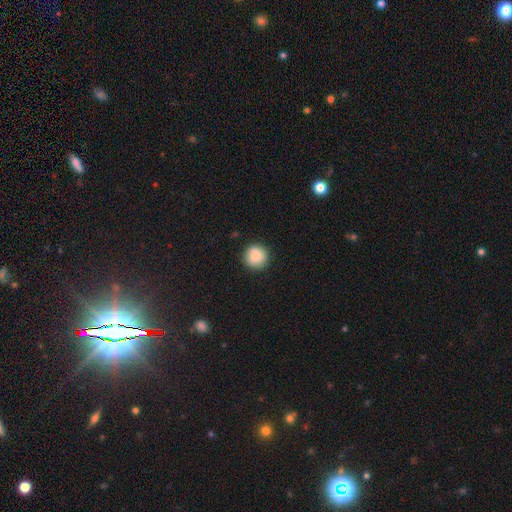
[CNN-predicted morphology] smooth 88%, star or artifact 8%, featured or disk 4%. Down the decision tree: how rounded — round (95%); merging — none (89%).